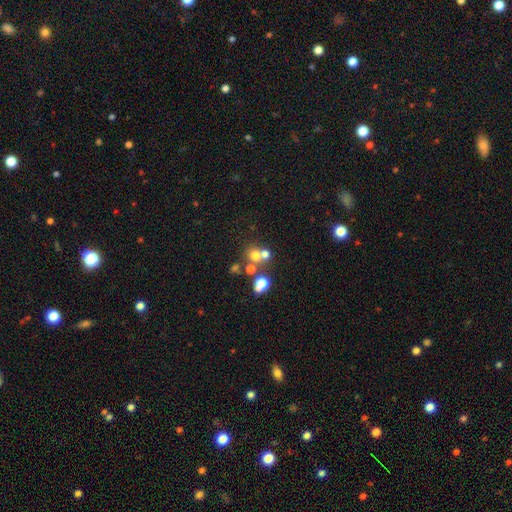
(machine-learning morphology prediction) smooth-or-featured: smooth: 63% | star or artifact: 22% | featured or disk: 16%
  how-rounded: round: 82% | in between: 17% | cigar-shaped: 1%
  merging: none: 47% | merger: 40% | minor disturbance: 7% | major disturbance: 5%